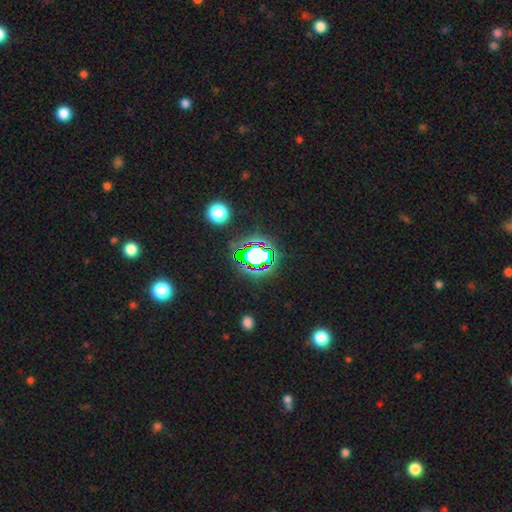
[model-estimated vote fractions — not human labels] Morphology: type=star or artifact (66%).